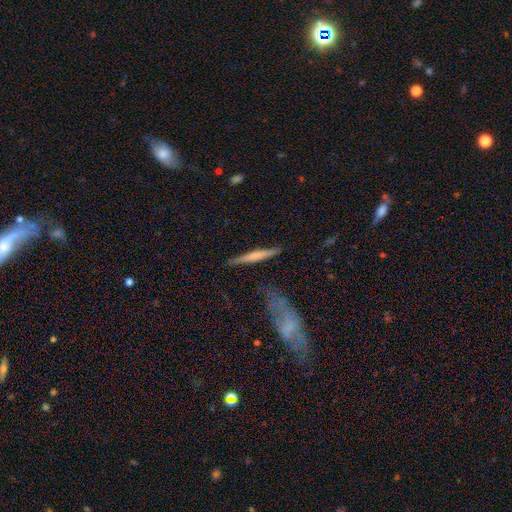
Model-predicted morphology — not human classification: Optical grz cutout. It shows a smooth galaxy with no disk features (52%) that is cigar-shaped (94%). Merging: none (80%).